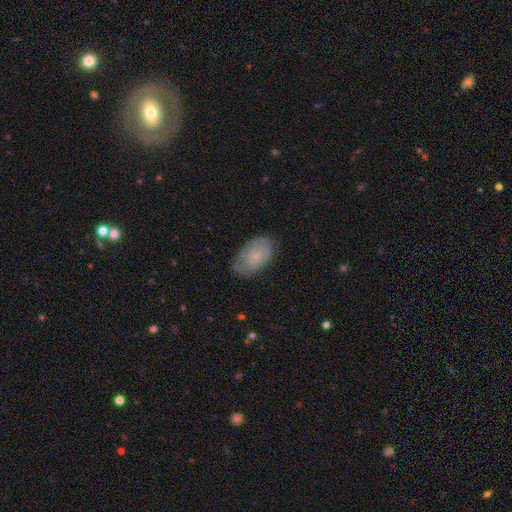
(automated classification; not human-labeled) smooth_or_featured: smooth (p=0.53) [alt: featured or disk p=0.39]
how_rounded: in between (p=0.92) [alt: round p=0.06]
merging: none (p=0.64) [alt: minor disturbance p=0.27]